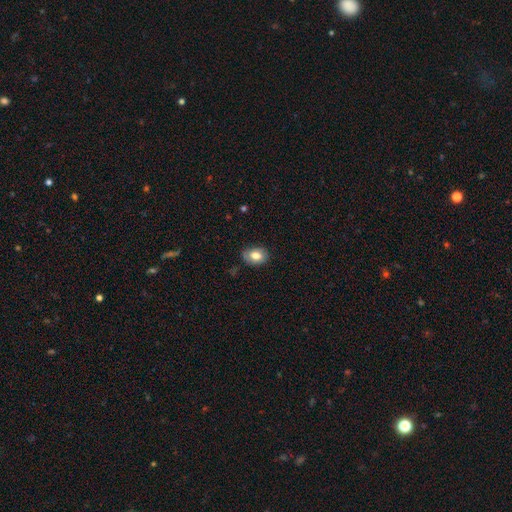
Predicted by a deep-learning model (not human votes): Smooth or featured: smooth — 77% (featured or disk — 15%)
How rounded: in between — 74% (round — 25%)
Merging: none — 78% (minor disturbance — 18%)